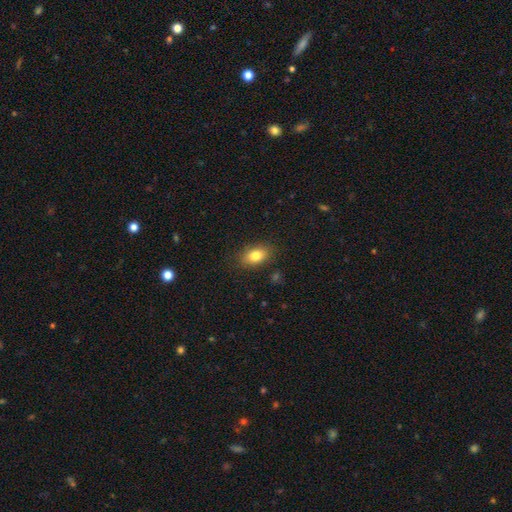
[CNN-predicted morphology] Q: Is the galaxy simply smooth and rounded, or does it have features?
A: smooth — 81%.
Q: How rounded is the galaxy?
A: in between — 84%.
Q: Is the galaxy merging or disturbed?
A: none — 85%.